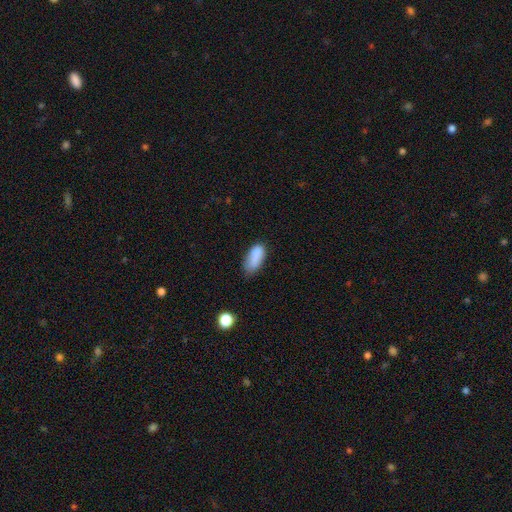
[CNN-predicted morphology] Smooth or featured? smooth (85%)
How rounded? in between (87%)
Merging? none (57%)